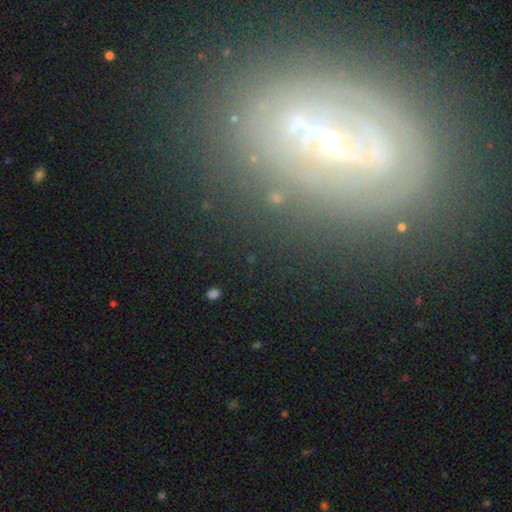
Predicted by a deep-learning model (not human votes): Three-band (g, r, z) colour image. It shows a featured or disk galaxy (76%) with a strong bar (47%), spiral arms (64%) and a small central bulge (76%). Merging: none (75%).